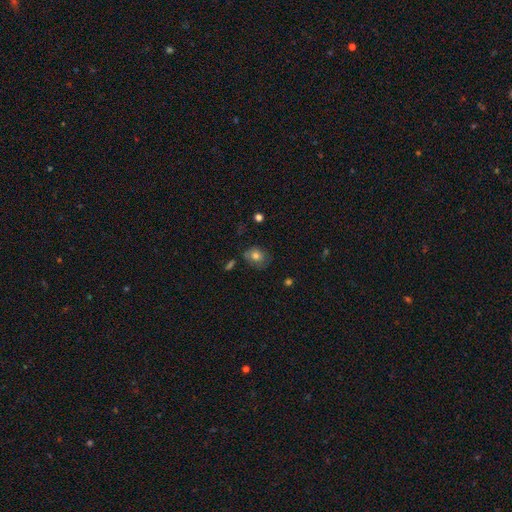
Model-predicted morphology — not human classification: type=smooth (75%); roundness=round (53%); merging=none (65%).